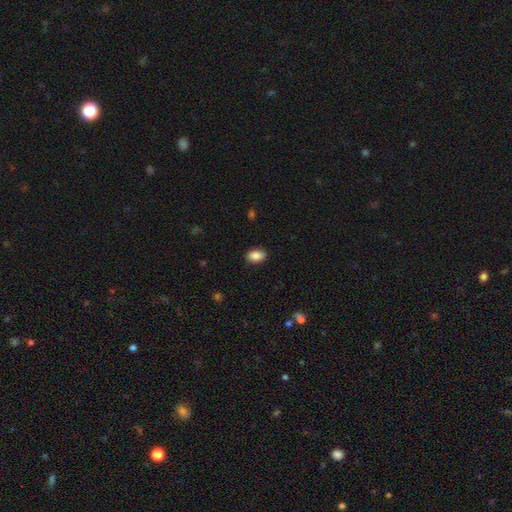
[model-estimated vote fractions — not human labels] Q: Smooth or featured?
A: smooth (87%); runner-up: star or artifact (8%)
Q: How rounded?
A: in between (87%); runner-up: round (12%)
Q: Merging?
A: none (87%); runner-up: minor disturbance (9%)